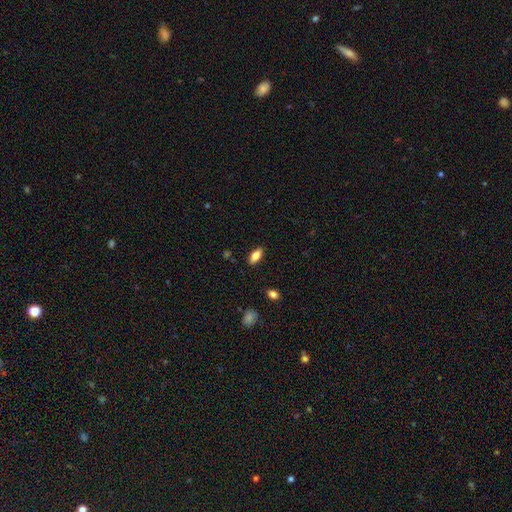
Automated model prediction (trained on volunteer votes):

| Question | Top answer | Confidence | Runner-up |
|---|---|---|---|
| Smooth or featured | smooth | 79% | featured or disk (14%) |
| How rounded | in between | 86% | cigar-shaped (11%) |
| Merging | none | 87% | minor disturbance (10%) |